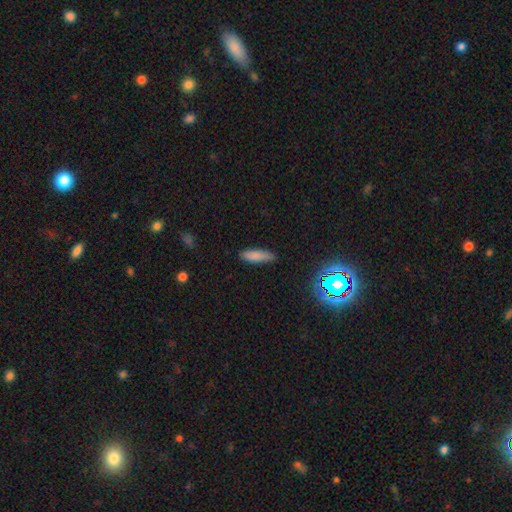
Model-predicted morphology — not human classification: Smooth or featured? smooth (82%)
How rounded? cigar-shaped (58%)
Merging? none (82%)